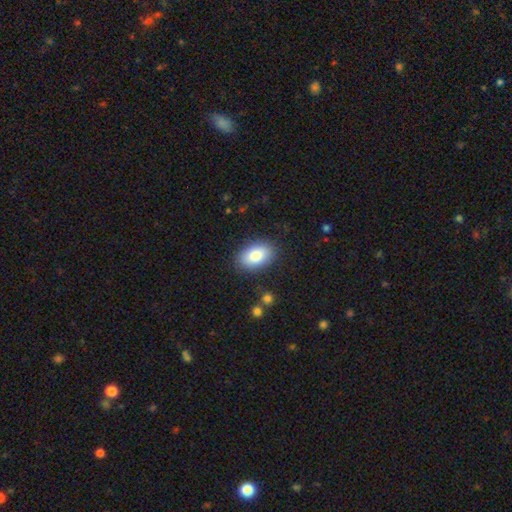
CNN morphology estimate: Q: Smooth or featured?
A: smooth (81%); runner-up: featured or disk (12%)
Q: How rounded?
A: in between (90%); runner-up: round (9%)
Q: Merging?
A: none (86%); runner-up: minor disturbance (10%)